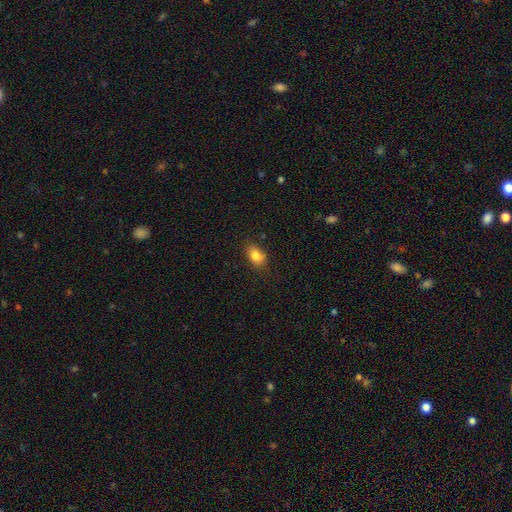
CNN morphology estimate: Smooth or featured: smooth — 83% (star or artifact — 9%)
How rounded: in between — 76% (round — 22%)
Merging: none — 79% (minor disturbance — 16%)